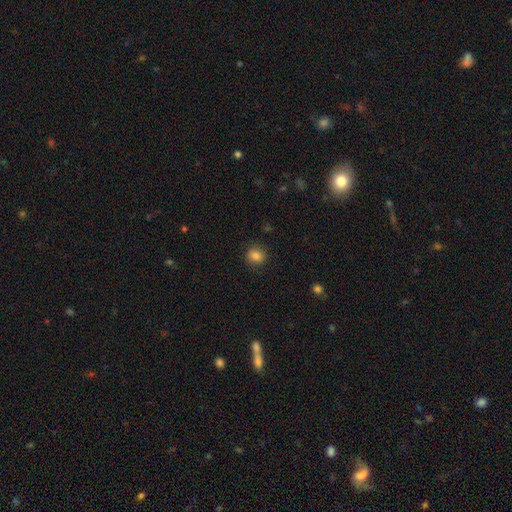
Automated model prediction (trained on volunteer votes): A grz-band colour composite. It shows a smooth galaxy with no disk features (84%) that is round (84%). Merging: none (88%).